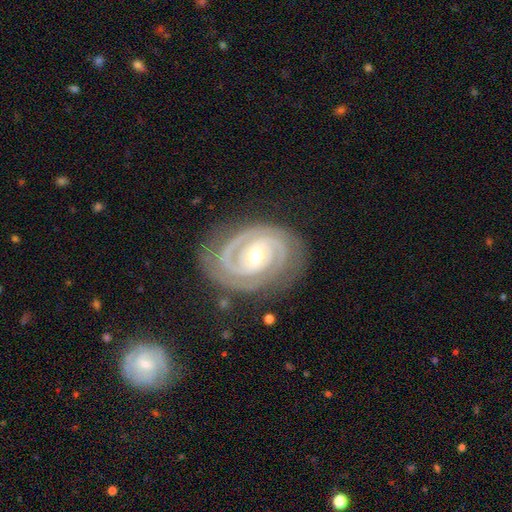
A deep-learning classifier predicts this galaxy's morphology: The model was most divided on "bulge size": moderate: 51%, small: 46%, large: 2%, dominant: 1%, none: 1%. More confident: spiral arms — yes (98%); edge-on disk — no (97%); smooth or featured — featured or disk (93%); merging — none (80%); spiral winding — tight (79%); spiral arm count — 2 (65%); bar — no (56%).